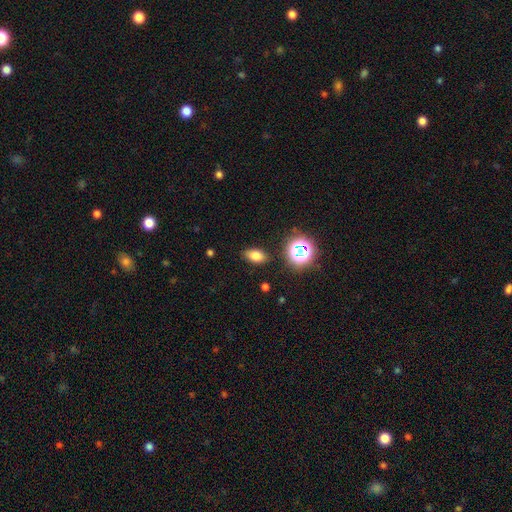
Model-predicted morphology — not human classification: This appears to be a smooth galaxy with no disk features (76%) that is in between round and cigar-shaped (86%). Merging: none (86%).